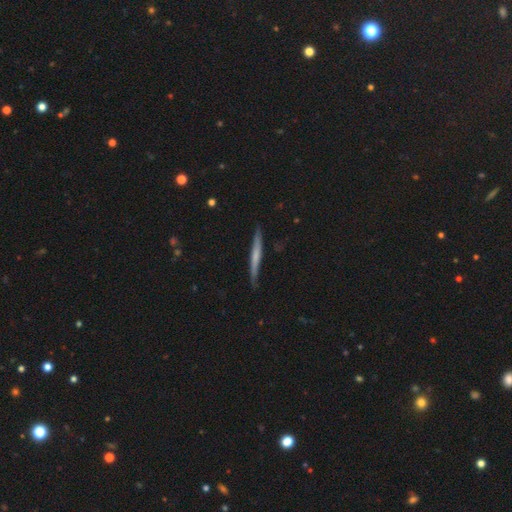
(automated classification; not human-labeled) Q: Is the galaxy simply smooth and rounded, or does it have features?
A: featured or disk — 48%.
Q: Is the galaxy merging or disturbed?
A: none — 85%.